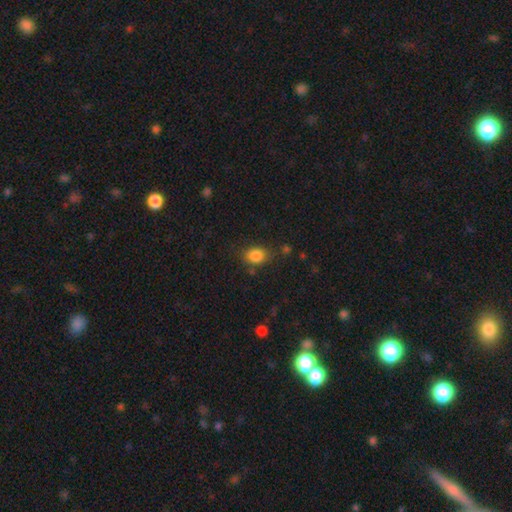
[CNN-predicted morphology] Smooth or featured? Predicted: smooth (p=0.85). How rounded? Predicted: in between (p=0.59). Merging? Predicted: none (p=0.75).